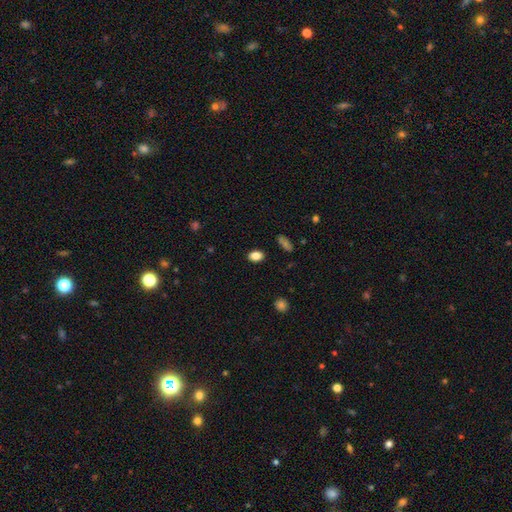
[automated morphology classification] This appears to be a smooth galaxy with no disk features (85%) that is in between round and cigar-shaped (81%). Merging: none (88%).